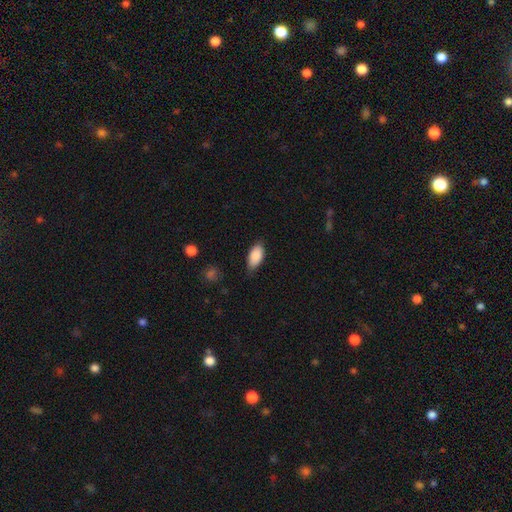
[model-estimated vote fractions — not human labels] smooth_or_featured: smooth (p=0.88) [alt: star or artifact p=0.06]
how_rounded: in between (p=0.92) [alt: cigar-shaped p=0.05]
merging: none (p=0.78) [alt: minor disturbance p=0.18]